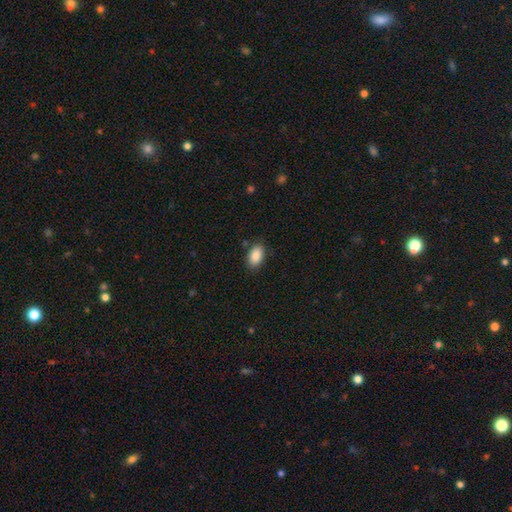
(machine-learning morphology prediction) A smooth galaxy with no disk features (89%) that is in between round and cigar-shaped (93%). Merging: none (84%).